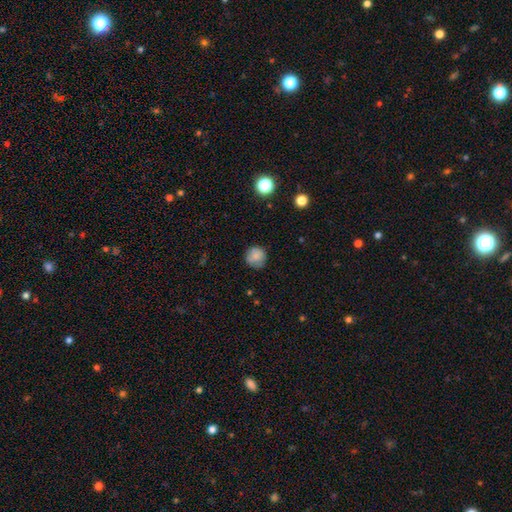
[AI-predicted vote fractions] Smooth or featured?
  - smooth: 82% *
  - star or artifact: 10%
  - featured or disk: 9%
How rounded?
  - round: 91% *
  - in between: 8%
  - cigar-shaped: 1%
Merging?
  - none: 79% *
  - minor disturbance: 16%
  - major disturbance: 4%
  - merger: 1%